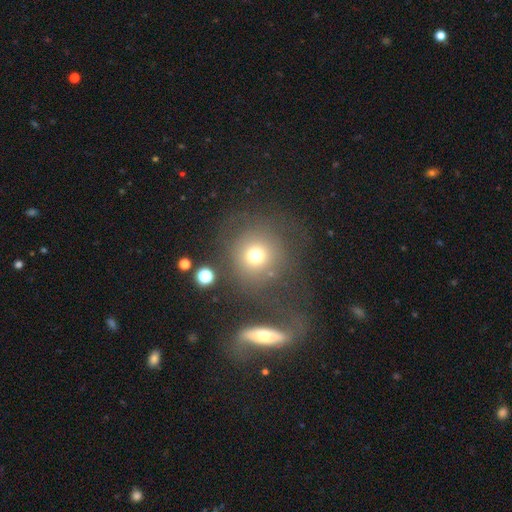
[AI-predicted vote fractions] Smooth or featured?
  - smooth: 68% *
  - star or artifact: 17%
  - featured or disk: 15%
How rounded?
  - round: 92% *
  - in between: 7%
  - cigar-shaped: 1%
Merging?
  - none: 65% *
  - major disturbance: 16%
  - minor disturbance: 13%
  - merger: 6%